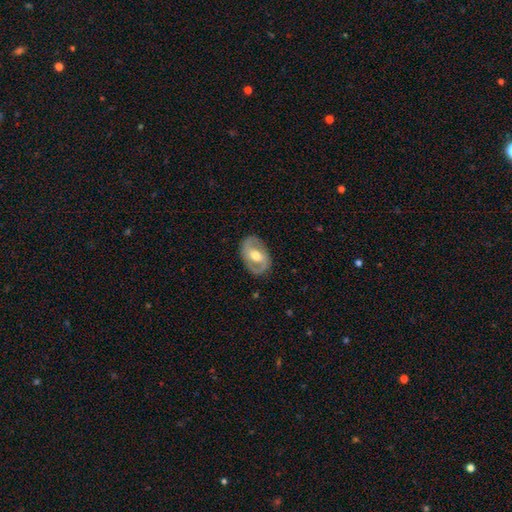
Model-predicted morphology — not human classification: Q: Smooth or featured?
A: featured or disk (74%); runner-up: smooth (22%)
Q: Edge-on disk?
A: no (95%); runner-up: yes (5%)
Q: Bar?
A: weak (42%); runner-up: no (32%)
Q: Spiral arms?
A: yes (73%); runner-up: no (27%)
Q: Spiral winding?
A: medium (48%); runner-up: tight (28%)
Q: Spiral arm count?
A: 2 (87%); runner-up: can't tell (7%)
Q: Bulge size?
A: moderate (75%); runner-up: small (13%)
Q: Merging?
A: none (84%); runner-up: minor disturbance (11%)